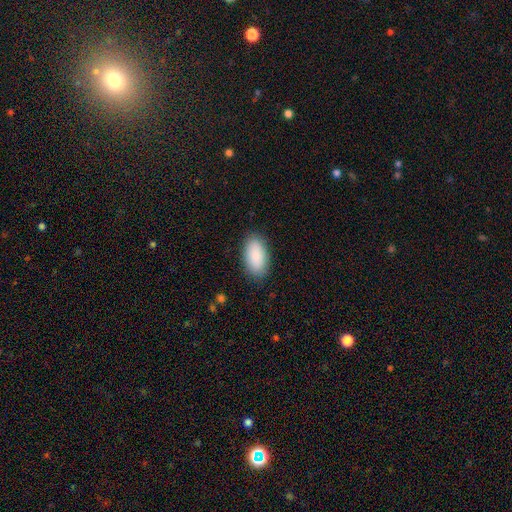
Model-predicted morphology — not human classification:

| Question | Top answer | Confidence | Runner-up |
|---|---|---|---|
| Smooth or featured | smooth | 88% | star or artifact (6%) |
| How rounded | in between | 94% | cigar-shaped (3%) |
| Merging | none | 87% | minor disturbance (10%) |